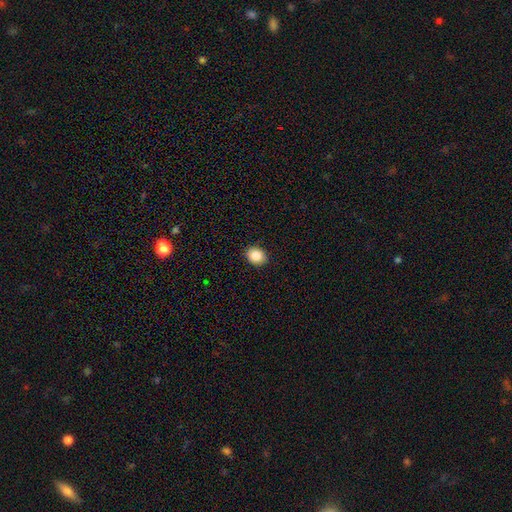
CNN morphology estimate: This is clearly a smooth galaxy (86%). How rounded: possibly round (50%). Merging: clearly none (90%).